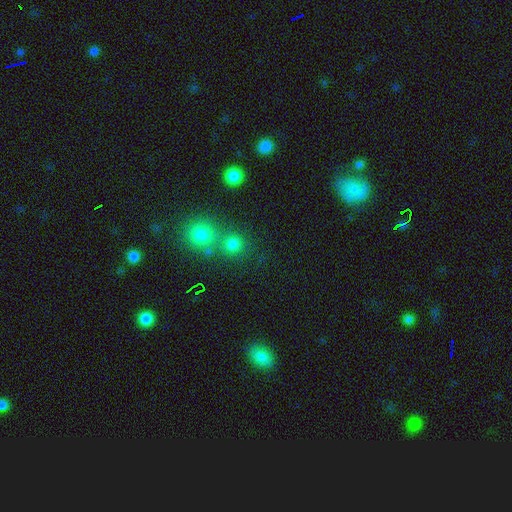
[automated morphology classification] smooth_or_featured: smooth (p=0.50) [alt: star or artifact p=0.40]
how_rounded: round (p=0.84) [alt: in between p=0.15]
merging: none (p=0.60) [alt: merger p=0.29]